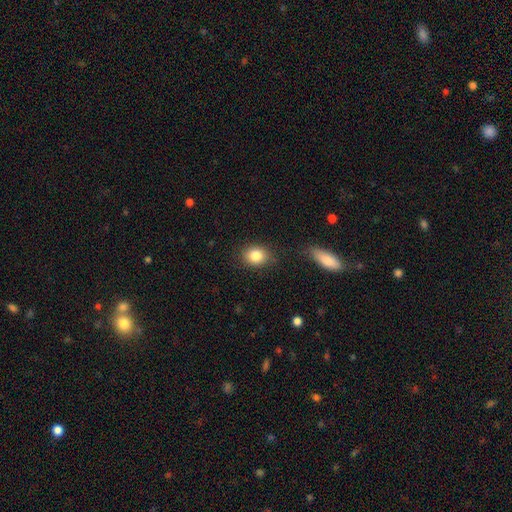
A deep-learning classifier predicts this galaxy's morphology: Overall: smooth (84%). How rounded: round (52%; in between 47%). Merging: none (83%).